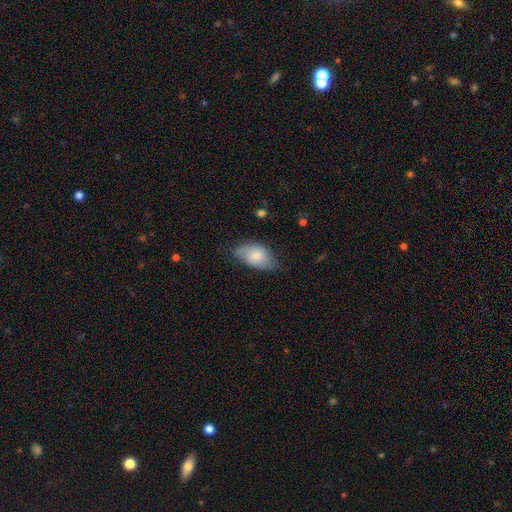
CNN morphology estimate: smooth 75%, featured or disk 19%, star or artifact 6%. Down the decision tree: how rounded — in between (93%); merging — none (58%).